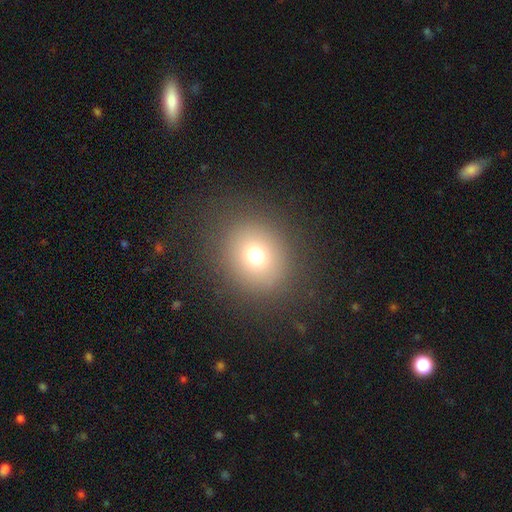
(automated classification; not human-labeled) Smooth or featured?
  - smooth: 71% *
  - star or artifact: 17%
  - featured or disk: 12%
How rounded?
  - round: 82% *
  - in between: 17%
  - cigar-shaped: 1%
Merging?
  - none: 86% *
  - minor disturbance: 8%
  - major disturbance: 5%
  - merger: 1%